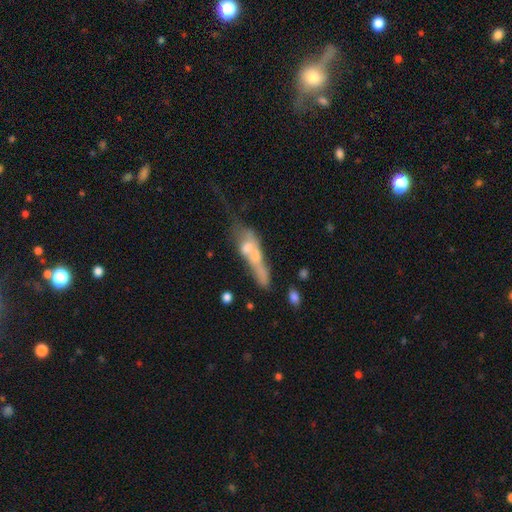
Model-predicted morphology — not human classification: A featured or disk galaxy (49%). Merging: merger (44%).